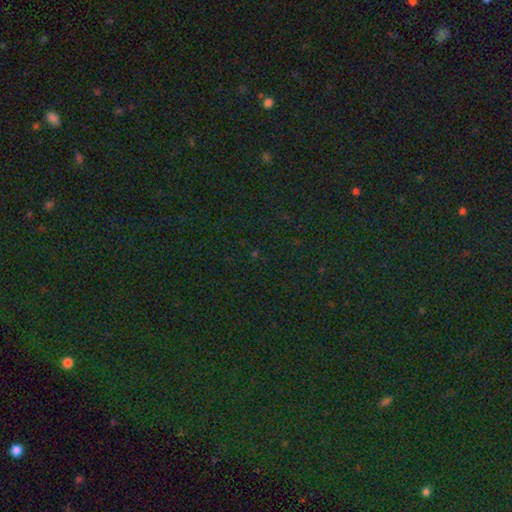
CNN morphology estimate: Smooth or featured: star or artifact — 82% (smooth — 12%)